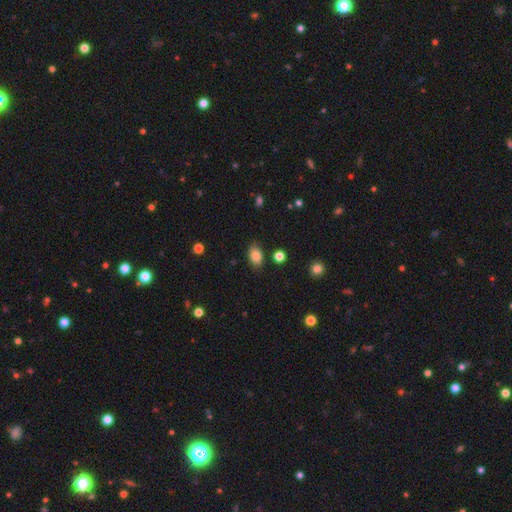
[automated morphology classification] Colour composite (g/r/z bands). It shows a smooth galaxy with no disk features (84%) that is in between round and cigar-shaped (84%). Merging: none (80%).